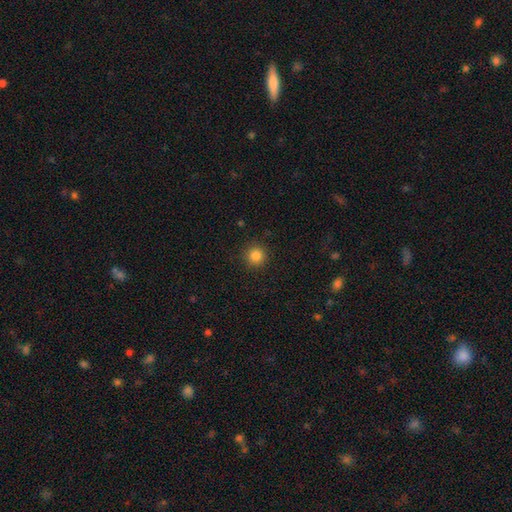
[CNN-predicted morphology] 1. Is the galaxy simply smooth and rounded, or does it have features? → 84% smooth, 12% star or artifact, 4% featured or disk.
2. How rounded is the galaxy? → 95% round, 4% in between, 1% cigar-shaped.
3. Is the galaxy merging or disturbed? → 91% none, 5% minor disturbance, 2% major disturbance, 1% merger.